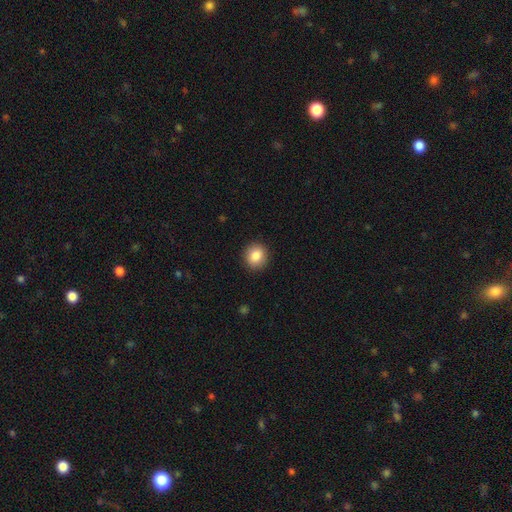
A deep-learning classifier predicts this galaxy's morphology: This appears to be a smooth galaxy with no disk features (85%) that is round (85%). Merging: none (91%).